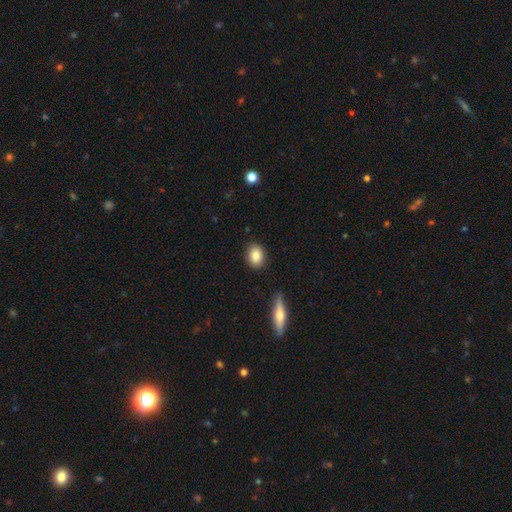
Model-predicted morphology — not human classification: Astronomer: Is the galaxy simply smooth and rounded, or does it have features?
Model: smooth — 84%.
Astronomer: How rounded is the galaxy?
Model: in between — 60% (runner-up: round, 38%).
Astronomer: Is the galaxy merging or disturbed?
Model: none — 87%.